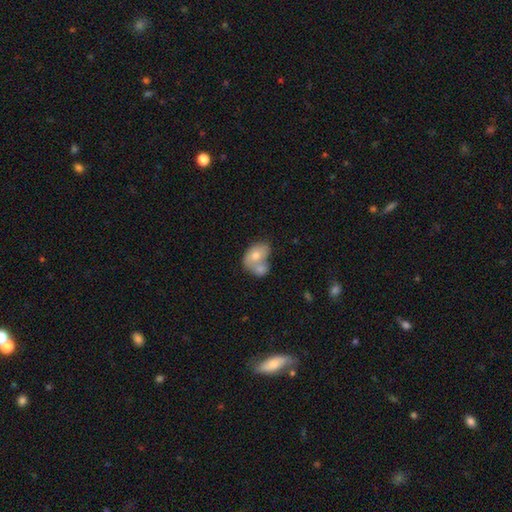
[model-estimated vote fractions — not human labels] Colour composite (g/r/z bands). It shows a smooth galaxy with no disk features (63%) that is in between round and cigar-shaped (72%). Merging: merger (66%).